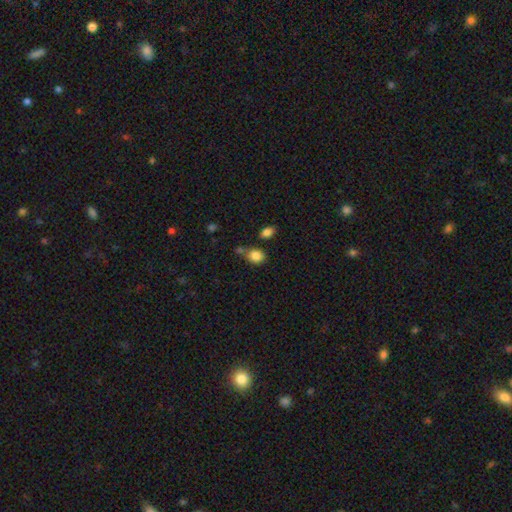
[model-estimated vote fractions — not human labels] This is clearly a smooth galaxy (86%). How rounded: possibly round (53%). Merging: likely none (63%).